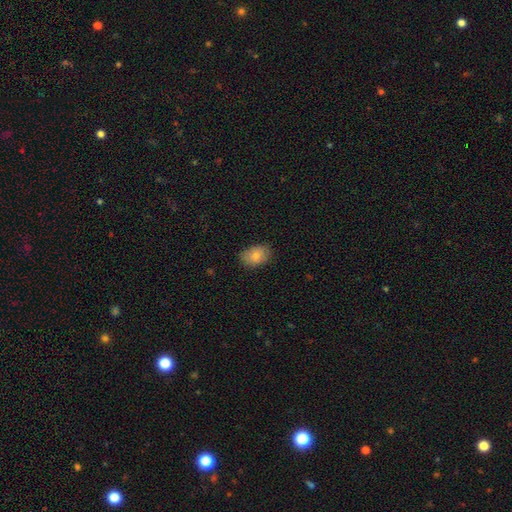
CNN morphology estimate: type=smooth (82%); roundness=in between (81%); merging=none (82%).